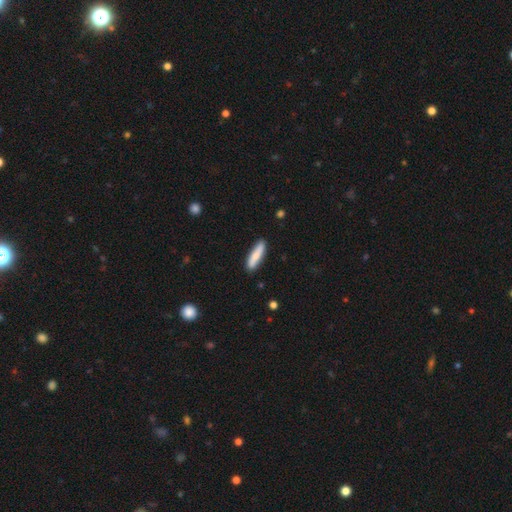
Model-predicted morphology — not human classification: Smooth or featured: smooth — 80% (featured or disk — 15%)
How rounded: cigar-shaped — 79% (in between — 20%)
Merging: none — 86% (minor disturbance — 10%)